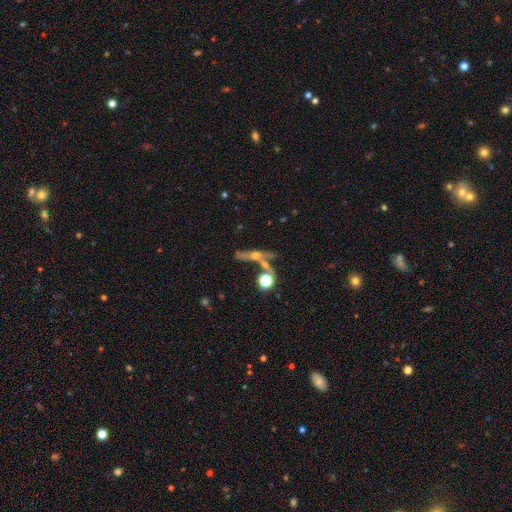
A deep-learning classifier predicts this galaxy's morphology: A featured or disk galaxy (54%) viewed edge-on (67%).

Vote fractions:
- Smooth or featured? featured or disk: 54% / smooth: 29% / star or artifact: 17%
- Edge-on disk? yes: 67% / no: 33%
- Merging? none: 42% / merger: 31% / minor disturbance: 14% / major disturbance: 13%